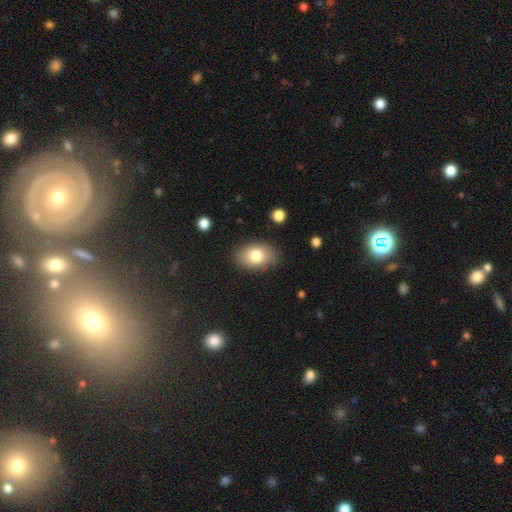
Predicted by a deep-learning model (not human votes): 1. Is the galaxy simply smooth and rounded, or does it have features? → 79% smooth, 13% featured or disk, 8% star or artifact.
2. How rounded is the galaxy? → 84% in between, 15% round, 1% cigar-shaped.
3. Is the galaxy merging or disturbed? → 83% none, 12% minor disturbance, 3% major disturbance, 1% merger.